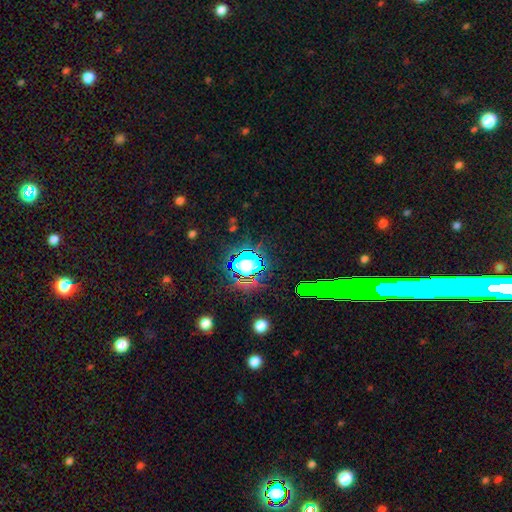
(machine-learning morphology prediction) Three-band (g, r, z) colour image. It shows a star or artifact, not a galaxy (71%).